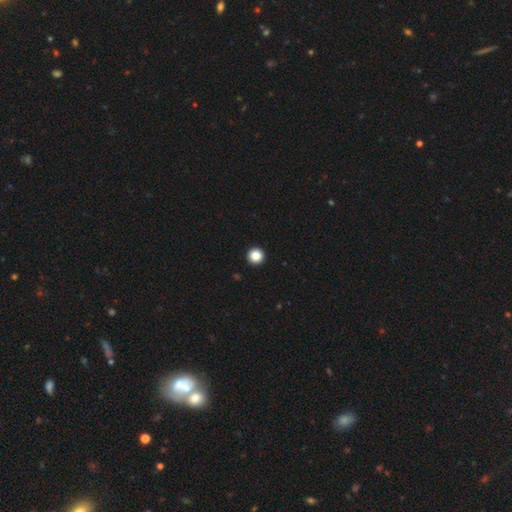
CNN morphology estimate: Smooth or featured? Predicted: smooth (p=0.87). How rounded? Predicted: round (p=0.97). Merging? Predicted: none (p=0.95).